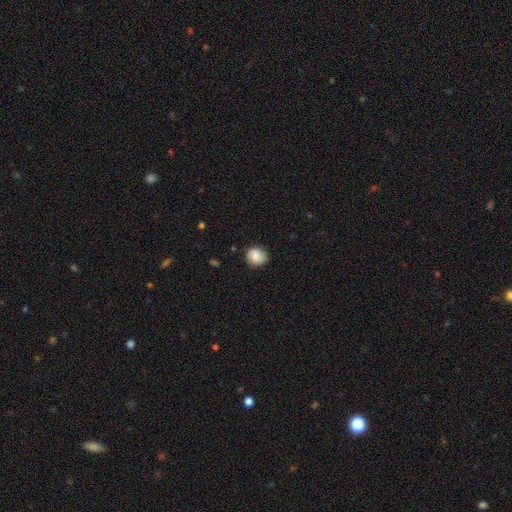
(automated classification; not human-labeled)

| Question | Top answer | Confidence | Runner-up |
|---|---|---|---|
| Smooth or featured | smooth | 77% | featured or disk (14%) |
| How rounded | round | 80% | in between (19%) |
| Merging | none | 81% | minor disturbance (15%) |